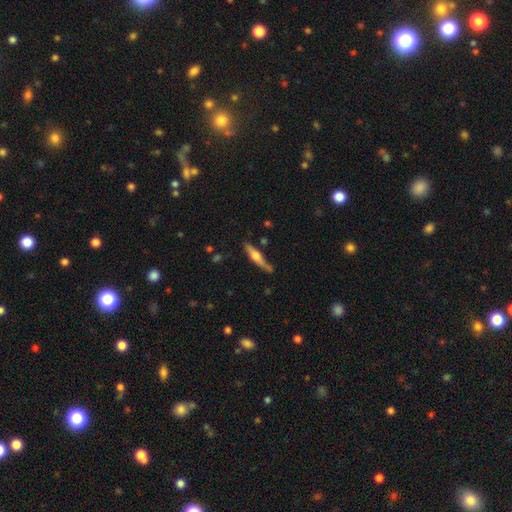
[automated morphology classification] Smooth or featured? featured or disk (60%)
Edge-on disk? yes (95%)
Edge-on bulge? rounded (89%)
Merging? none (70%)